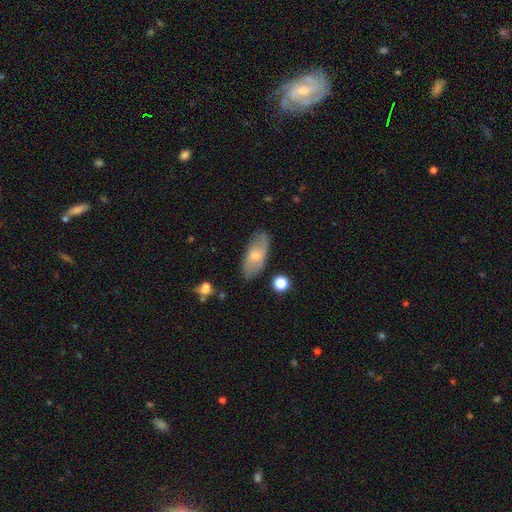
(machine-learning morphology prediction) Smooth or featured? smooth (60%)
How rounded? in between (86%)
Merging? none (79%)